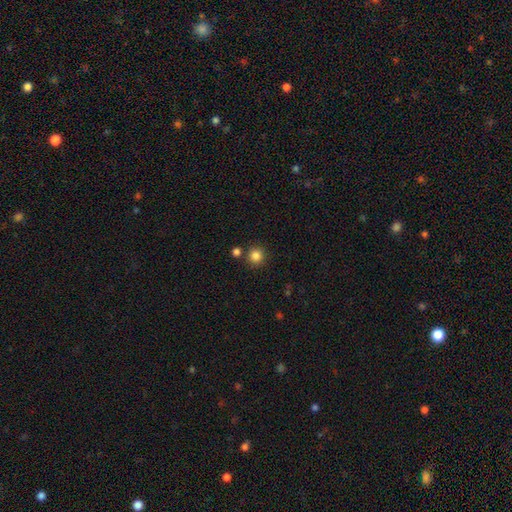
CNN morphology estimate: The model was most divided on "smooth or featured": smooth: 84%, star or artifact: 12%, featured or disk: 4%. More confident: how rounded — round (94%); merging — none (83%).